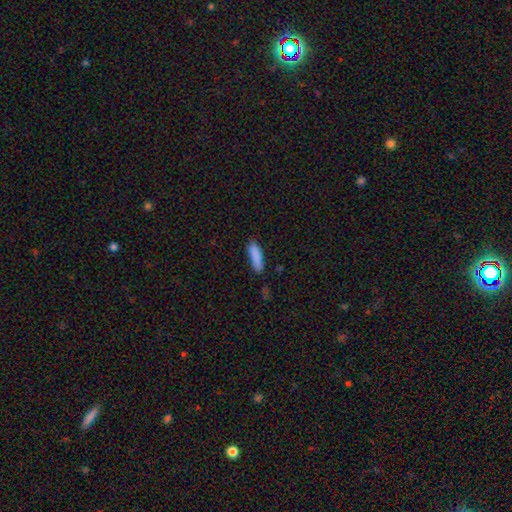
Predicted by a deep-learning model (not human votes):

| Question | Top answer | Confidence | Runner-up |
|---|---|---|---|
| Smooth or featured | smooth | 87% | star or artifact (7%) |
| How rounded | cigar-shaped | 65% | in between (34%) |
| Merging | none | 76% | minor disturbance (18%) |